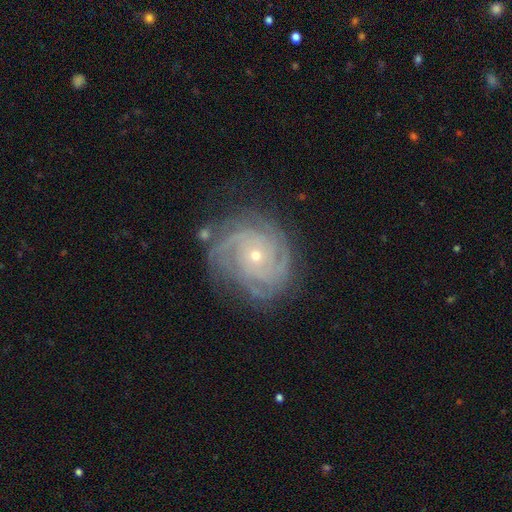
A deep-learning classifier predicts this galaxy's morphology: Smooth or featured?
  - featured or disk: 87% *
  - star or artifact: 7%
  - smooth: 6%
Edge-on disk?
  - no: 97% *
  - yes: 3%
Bar?
  - no: 81% *
  - weak: 15%
  - strong: 4%
Spiral arms?
  - yes: 97% *
  - no: 3%
Spiral winding?
  - tight: 77% *
  - medium: 20%
  - loose: 4%
Spiral arm count?
  - can't tell: 24% *
  - 4: 23%
  - 3: 23%
  - 2: 13%
  - more than 4: 11%
  - 1: 6%
Bulge size?
  - small: 71% *
  - moderate: 26%
  - large: 1%
  - none: 1%
  - dominant: 1%
Merging?
  - none: 72% *
  - minor disturbance: 18%
  - major disturbance: 7%
  - merger: 2%